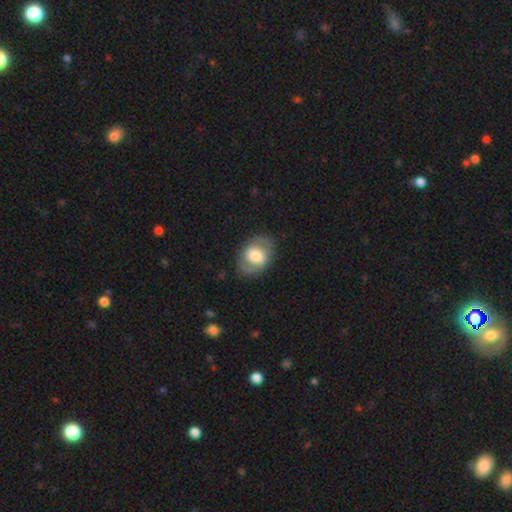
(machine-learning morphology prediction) smooth_or_featured: featured or disk (p=0.50) [alt: smooth p=0.43]
disk_edge_on: no (p=0.96) [alt: yes p=0.04]
merging: none (p=0.76) [alt: minor disturbance p=0.15]